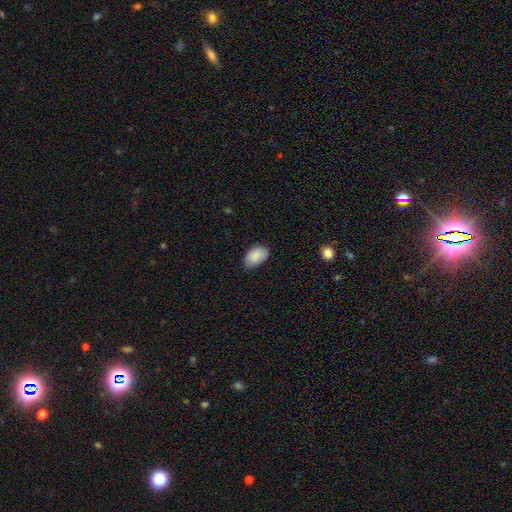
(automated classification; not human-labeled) Smooth or featured? Predicted: smooth (p=0.87). How rounded? Predicted: in between (p=0.92). Merging? Predicted: none (p=0.70).